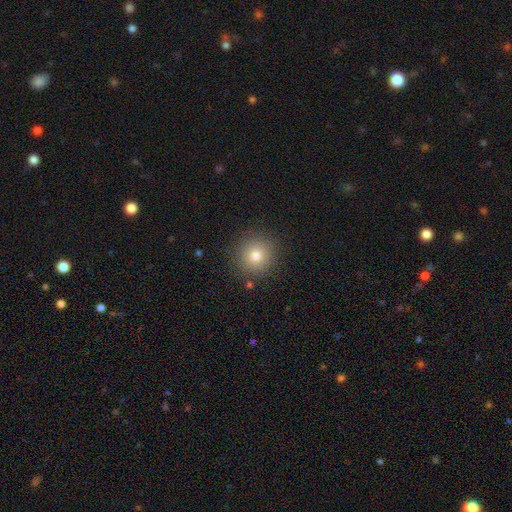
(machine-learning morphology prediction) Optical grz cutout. It shows a smooth galaxy with no disk features (78%) that is round (94%). Merging: none (89%).